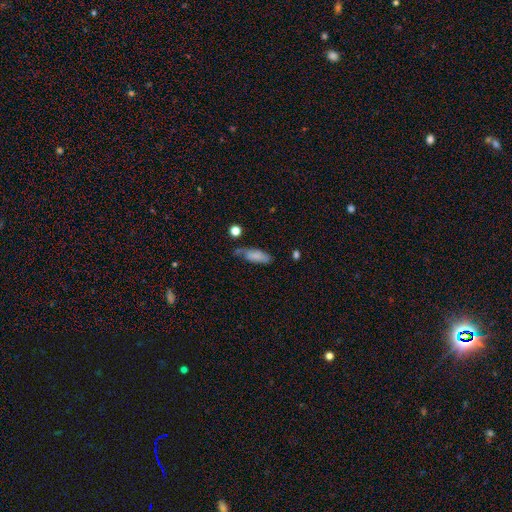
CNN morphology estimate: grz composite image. It shows a smooth galaxy with no disk features (74%) that is in between round and cigar-shaped (67%). Merging: none (44%).